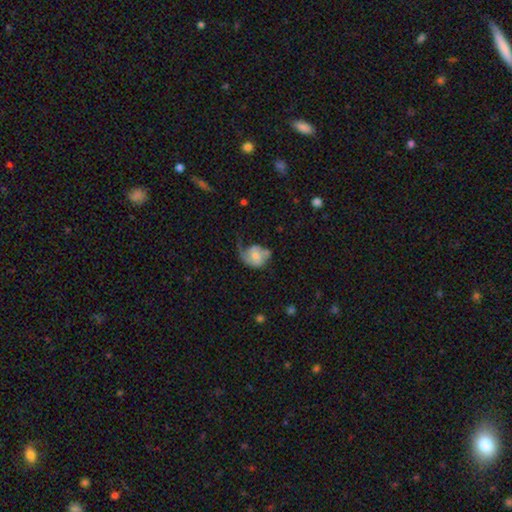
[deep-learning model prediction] Smooth or featured? Predicted: featured or disk (p=0.59). Edge-on disk? Predicted: no (p=0.97). Bar? Predicted: no (p=0.61). Spiral arms? Predicted: yes (p=0.86). Bulge size? Predicted: moderate (p=0.43). Merging? Predicted: major disturbance (p=0.33, tied with none).